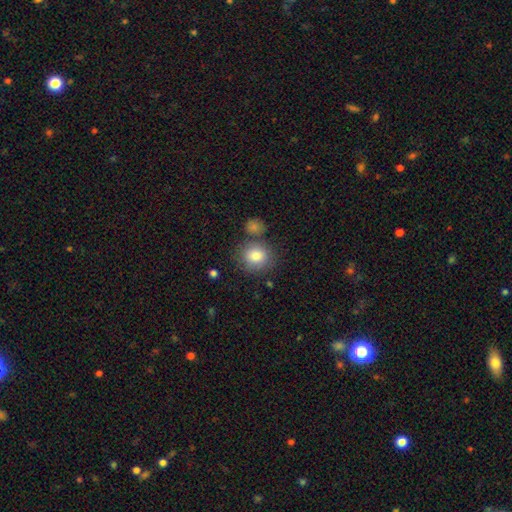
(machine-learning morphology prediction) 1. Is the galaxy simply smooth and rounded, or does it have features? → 84% smooth, 9% star or artifact, 7% featured or disk.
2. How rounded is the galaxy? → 80% round, 19% in between, 1% cigar-shaped.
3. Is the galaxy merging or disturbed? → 71% none, 13% merger, 12% minor disturbance, 4% major disturbance.